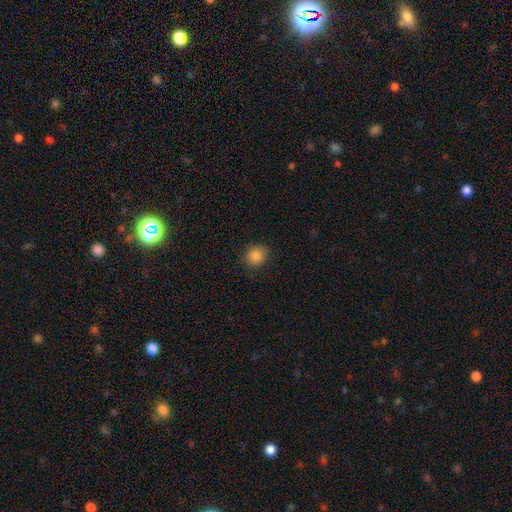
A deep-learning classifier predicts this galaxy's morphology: Smooth or featured? smooth (84%)
How rounded? round (84%)
Merging? none (88%)